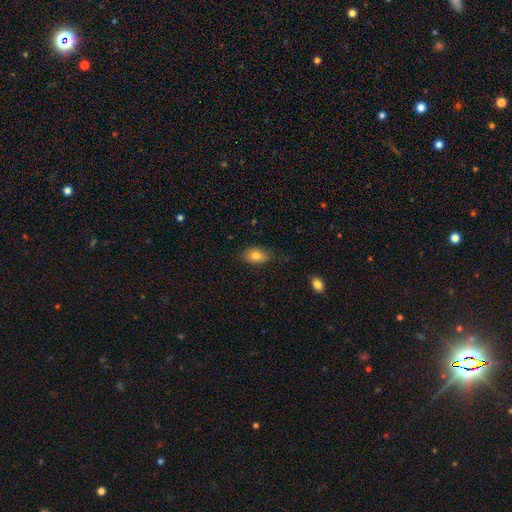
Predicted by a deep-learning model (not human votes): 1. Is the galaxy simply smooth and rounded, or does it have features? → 80% smooth, 11% featured or disk, 9% star or artifact.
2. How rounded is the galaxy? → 86% in between, 11% round, 3% cigar-shaped.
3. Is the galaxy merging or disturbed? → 76% none, 19% minor disturbance, 4% major disturbance, 1% merger.